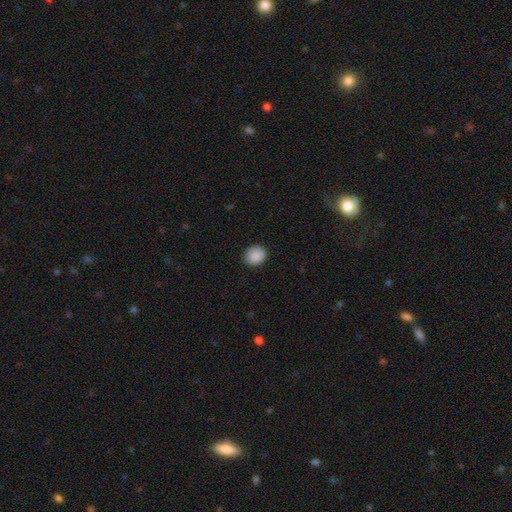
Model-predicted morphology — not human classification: Q: Smooth or featured?
A: smooth (89%); runner-up: star or artifact (8%)
Q: How rounded?
A: round (73%); runner-up: in between (26%)
Q: Merging?
A: none (88%); runner-up: minor disturbance (9%)